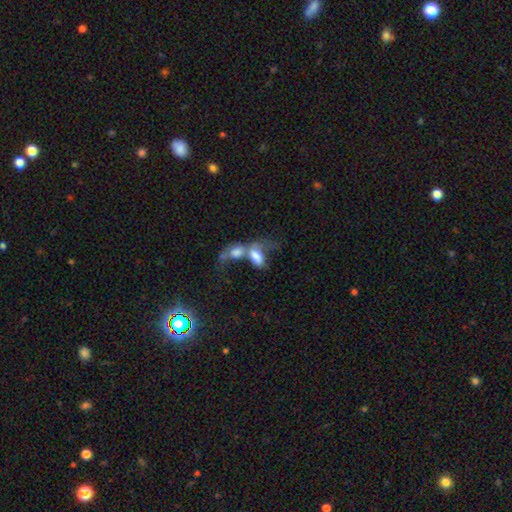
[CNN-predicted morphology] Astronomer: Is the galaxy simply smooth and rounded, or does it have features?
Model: smooth — 63%.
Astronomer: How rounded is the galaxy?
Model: in between — 87%.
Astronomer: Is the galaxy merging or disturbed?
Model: merger — 78%.